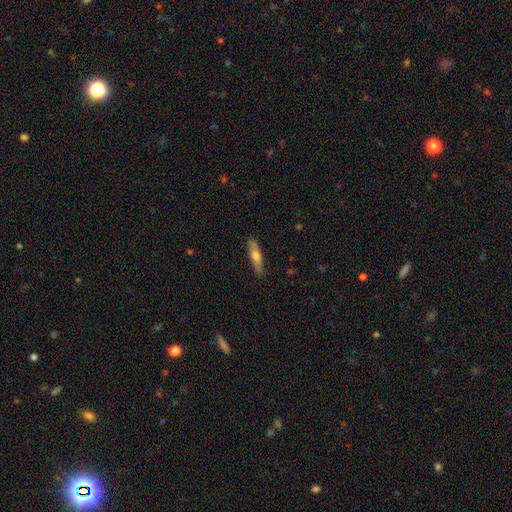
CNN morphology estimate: smooth_or_featured: smooth (p=0.52) [alt: featured or disk p=0.42]
how_rounded: cigar-shaped (p=0.77) [alt: in between p=0.21]
merging: none (p=0.85) [alt: minor disturbance p=0.11]